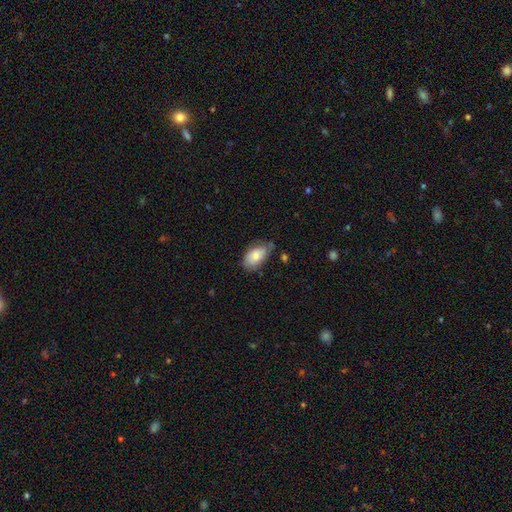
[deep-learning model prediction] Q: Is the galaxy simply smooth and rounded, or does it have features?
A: smooth — 76%.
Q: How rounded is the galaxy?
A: in between — 93%.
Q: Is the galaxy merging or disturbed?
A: none — 53%.